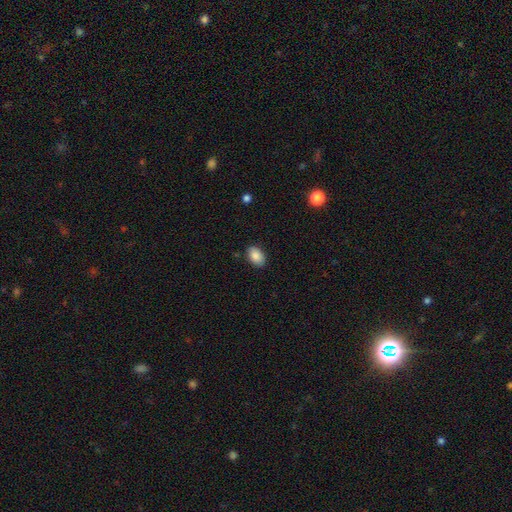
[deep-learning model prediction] This appears to be a smooth galaxy with no disk features (87%) that is in between round and cigar-shaped (89%). Merging: none (87%).